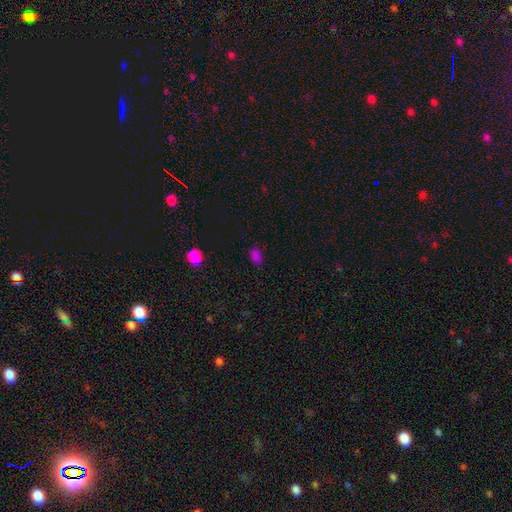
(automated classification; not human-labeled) A smooth galaxy with no disk features (78%) that is in between round and cigar-shaped (87%).

Vote fractions:
- Smooth or featured? smooth: 78% / star or artifact: 18% / featured or disk: 4%
- How rounded? in between: 87% / round: 11% / cigar-shaped: 2%
- Merging? none: 80% / minor disturbance: 15% / major disturbance: 3% / merger: 2%